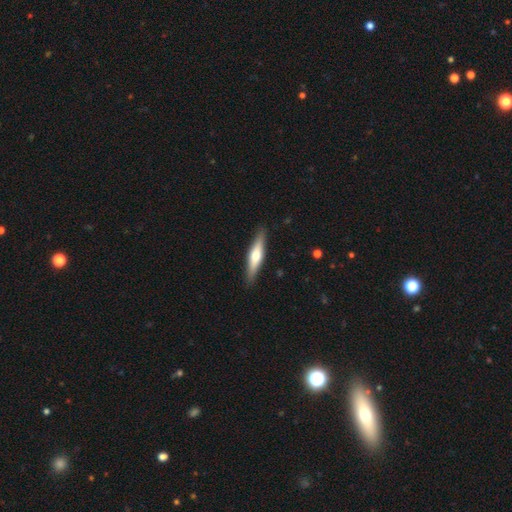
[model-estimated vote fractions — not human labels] A featured or disk galaxy (49%).

Vote fractions:
- Smooth or featured? featured or disk: 49% / smooth: 46% / star or artifact: 5%
- Merging? none: 89% / minor disturbance: 8% / major disturbance: 2% / merger: 1%